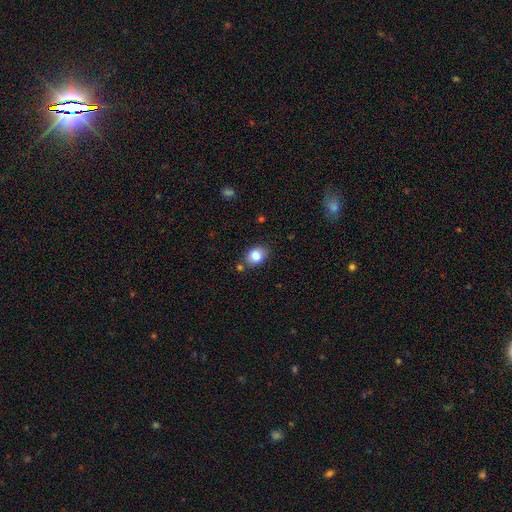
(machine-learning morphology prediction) This appears to be a smooth galaxy with no disk features (85%) that is in between round and cigar-shaped (64%). Merging: none (74%).